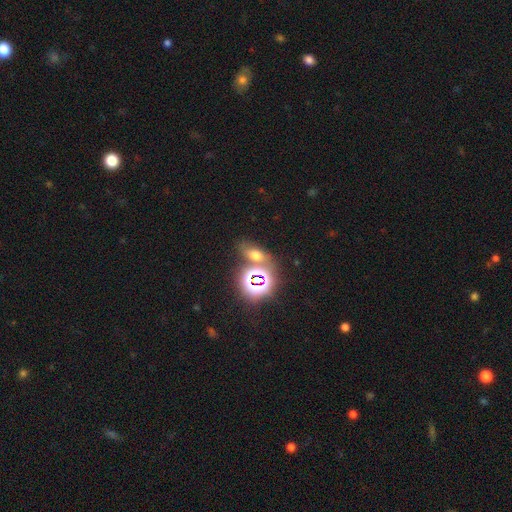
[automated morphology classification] Smooth or featured? Predicted: smooth (p=0.47). Merging? Predicted: none (p=0.59).